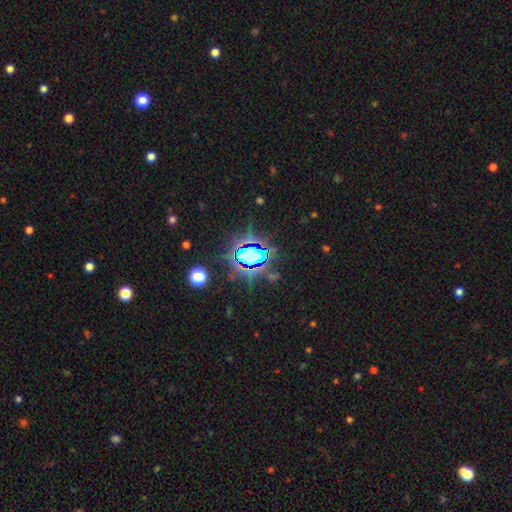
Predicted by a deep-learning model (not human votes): smooth-or-featured: star or artifact: 71% | smooth: 18% | featured or disk: 11%